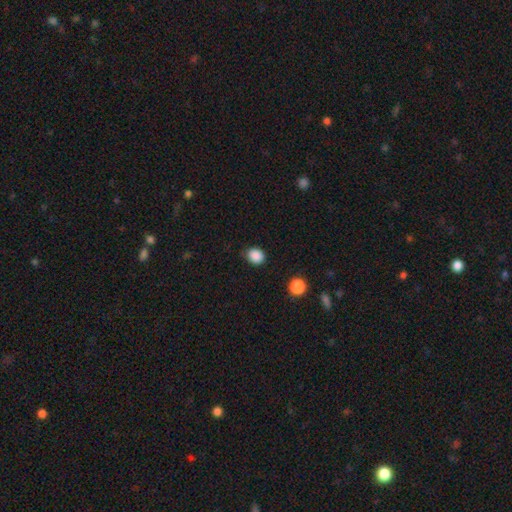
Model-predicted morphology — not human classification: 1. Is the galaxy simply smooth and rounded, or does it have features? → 87% smooth, 10% star or artifact, 3% featured or disk.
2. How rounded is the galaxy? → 63% round, 37% in between, 1% cigar-shaped.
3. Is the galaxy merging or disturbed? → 82% none, 13% minor disturbance, 3% major disturbance, 2% merger.